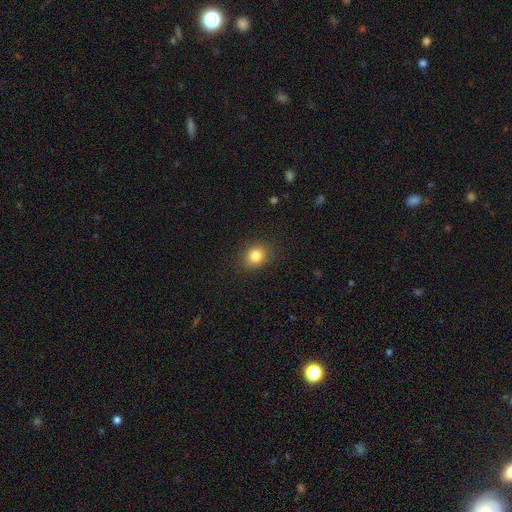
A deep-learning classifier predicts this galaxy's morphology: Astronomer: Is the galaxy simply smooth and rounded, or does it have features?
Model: smooth — 83%.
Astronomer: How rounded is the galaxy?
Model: round — 64%.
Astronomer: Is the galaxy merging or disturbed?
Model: none — 87%.